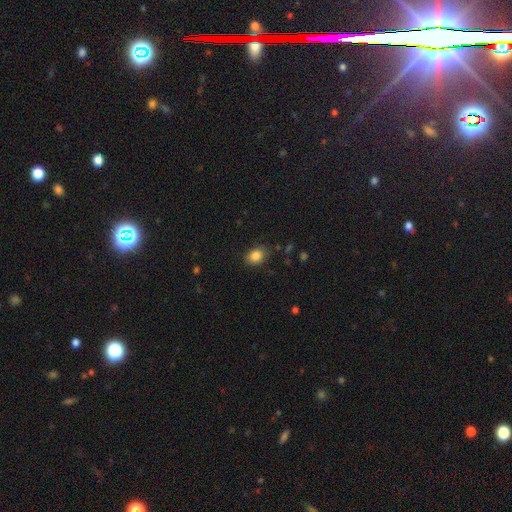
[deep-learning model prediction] Overall: smooth (85%). How rounded: in between (64%; round 35%). Merging: none (83%).